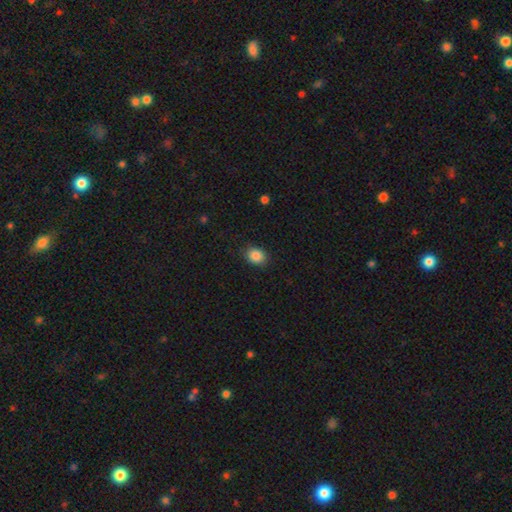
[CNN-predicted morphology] A smooth galaxy with no disk features (86%) that is round (50%).

Vote fractions:
- Smooth or featured? smooth: 86% / star or artifact: 9% / featured or disk: 5%
- How rounded? round: 50% / in between: 49% / cigar-shaped: 1%
- Merging? none: 85% / minor disturbance: 11% / major disturbance: 3% / merger: 1%